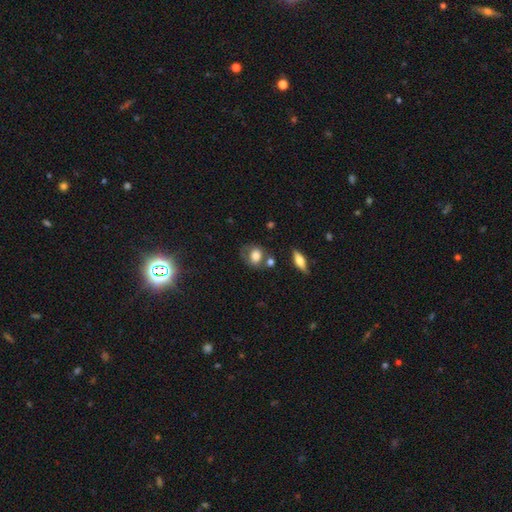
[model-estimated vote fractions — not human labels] The model was most divided on "how rounded": round: 52%, in between: 46%, cigar-shaped: 2%. More confident: smooth or featured — smooth (76%); merging — none (50%).